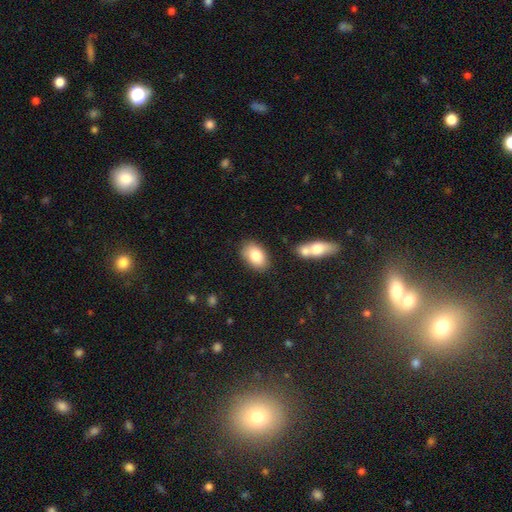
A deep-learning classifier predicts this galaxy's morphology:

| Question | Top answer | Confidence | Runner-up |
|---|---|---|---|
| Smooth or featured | smooth | 81% | featured or disk (12%) |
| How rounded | in between | 88% | round (11%) |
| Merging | none | 81% | minor disturbance (12%) |